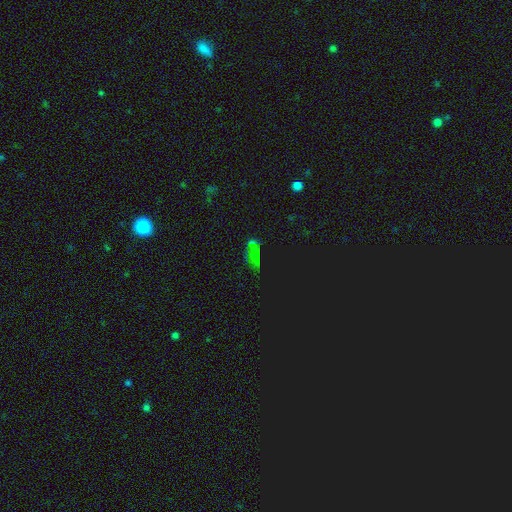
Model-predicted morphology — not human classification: star or artifact 57%, smooth 28%, featured or disk 15%.